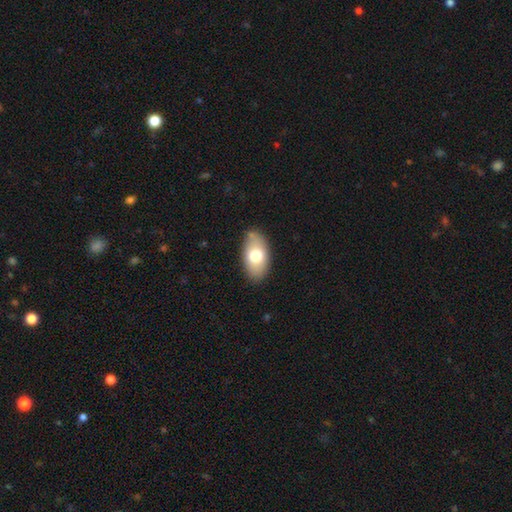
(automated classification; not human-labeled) Overall: smooth (72%). How rounded: in between (93%). Merging: none (80%).